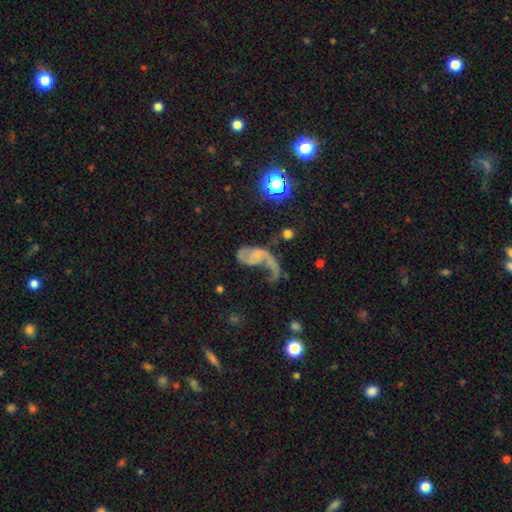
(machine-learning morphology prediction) smooth_or_featured: featured or disk (p=0.69) [alt: smooth p=0.19]
disk_edge_on: no (p=0.97) [alt: yes p=0.03]
bar: no (p=0.74) [alt: weak p=0.20]
has_spiral_arms: yes (p=0.76) [alt: no p=0.24]
spiral_winding: loose (p=0.76) [alt: medium p=0.17]
spiral_arm_count: 1 (p=0.50) [alt: 2 p=0.42]
bulge_size: none (p=0.62) [alt: small p=0.25]
merging: major disturbance (p=0.56) [alt: none p=0.21]